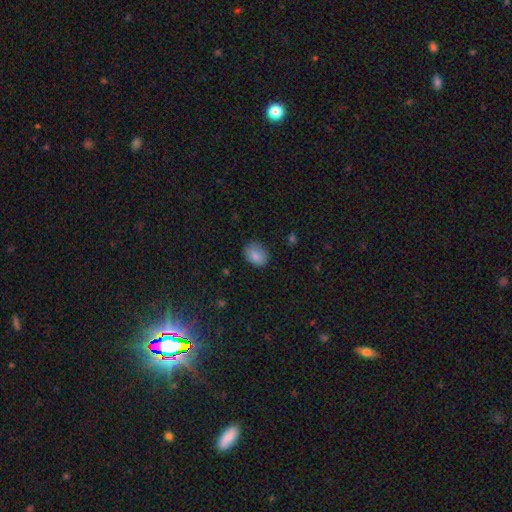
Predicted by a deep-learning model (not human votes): A smooth galaxy with no disk features (85%) that is in between round and cigar-shaped (77%).

Vote fractions:
- Smooth or featured? smooth: 85% / star or artifact: 8% / featured or disk: 7%
- How rounded? in between: 77% / round: 22% / cigar-shaped: 1%
- Merging? none: 77% / minor disturbance: 18% / major disturbance: 4% / merger: 1%